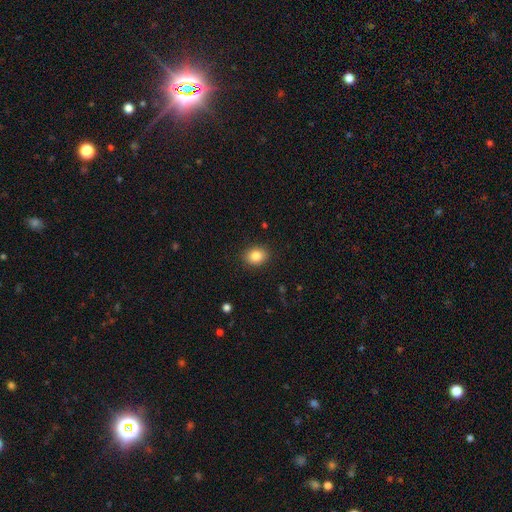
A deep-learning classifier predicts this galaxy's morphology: Q: Smooth or featured?
A: smooth (85%); runner-up: star or artifact (9%)
Q: How rounded?
A: in between (50%); runner-up: round (49%)
Q: Merging?
A: none (89%); runner-up: minor disturbance (7%)